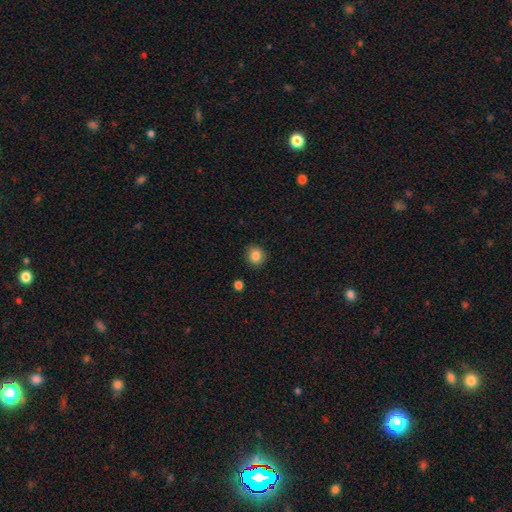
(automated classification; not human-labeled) Smooth or featured: smooth — 85% (star or artifact — 10%)
How rounded: round — 85% (in between — 14%)
Merging: none — 89% (minor disturbance — 8%)